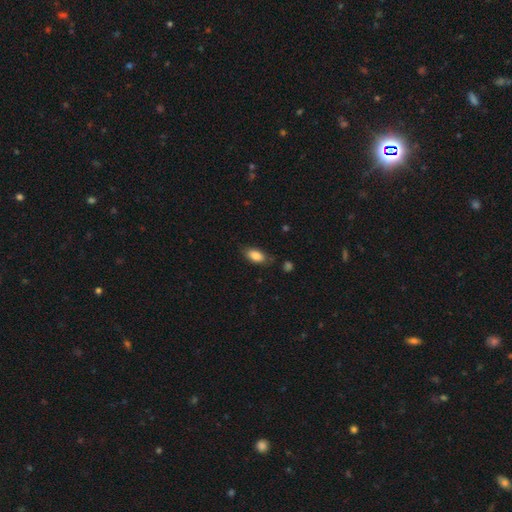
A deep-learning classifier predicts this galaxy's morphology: Smooth or featured?
  - smooth: 85% *
  - featured or disk: 8%
  - star or artifact: 7%
How rounded?
  - in between: 90% *
  - cigar-shaped: 7%
  - round: 3%
Merging?
  - none: 76% *
  - minor disturbance: 18%
  - major disturbance: 4%
  - merger: 2%